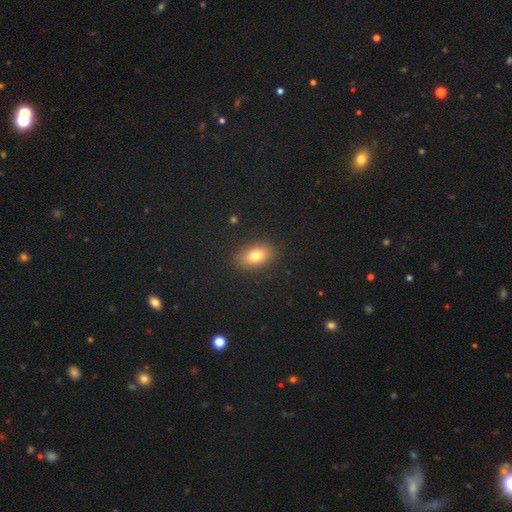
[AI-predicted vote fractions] The model was most divided on "smooth or featured": smooth: 78%, star or artifact: 11%, featured or disk: 11%. More confident: merging — none (88%); how rounded — in between (83%).